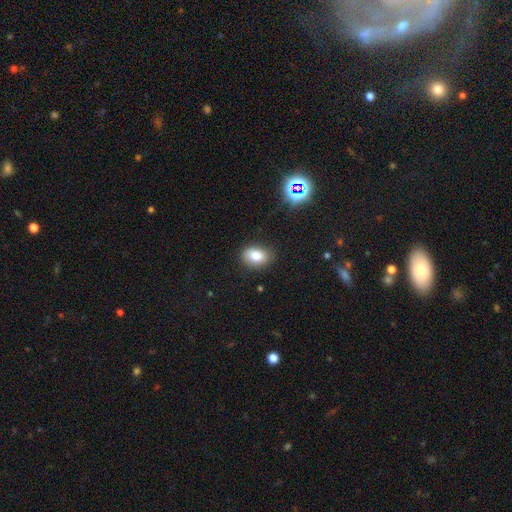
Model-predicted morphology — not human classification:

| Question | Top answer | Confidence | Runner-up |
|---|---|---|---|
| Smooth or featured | smooth | 80% | star or artifact (11%) |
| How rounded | in between | 76% | round (23%) |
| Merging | none | 83% | minor disturbance (12%) |